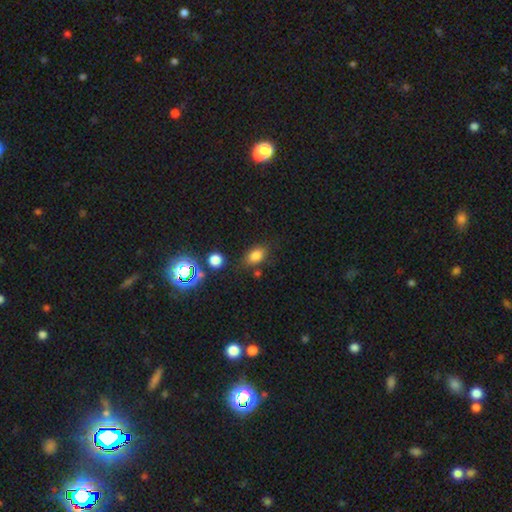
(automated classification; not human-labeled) A smooth galaxy with no disk features (78%) that is in between round and cigar-shaped (80%). Merging: none (75%).